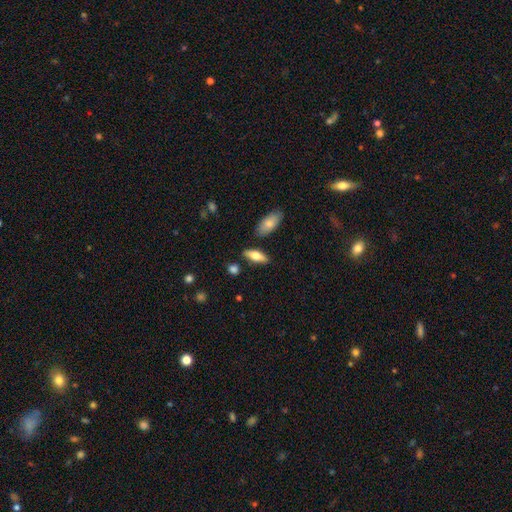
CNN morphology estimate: smooth_or_featured: smooth (p=0.66) [alt: featured or disk p=0.28]
how_rounded: in between (p=0.67) [alt: cigar-shaped p=0.30]
merging: none (p=0.80) [alt: minor disturbance p=0.12]